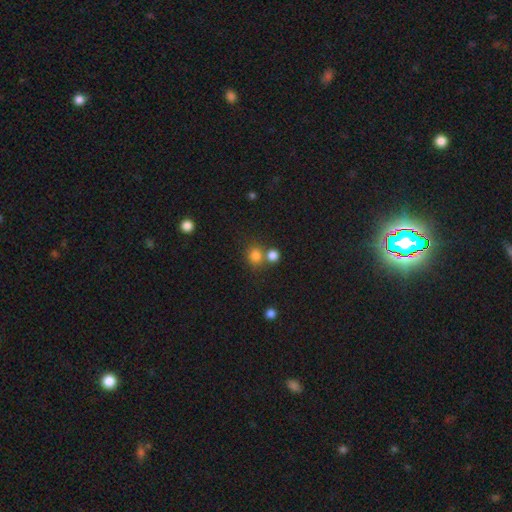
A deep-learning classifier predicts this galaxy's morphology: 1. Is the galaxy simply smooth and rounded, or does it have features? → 80% smooth, 14% star or artifact, 6% featured or disk.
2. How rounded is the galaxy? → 81% round, 18% in between, 1% cigar-shaped.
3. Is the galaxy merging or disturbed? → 59% none, 29% merger, 8% minor disturbance, 4% major disturbance.